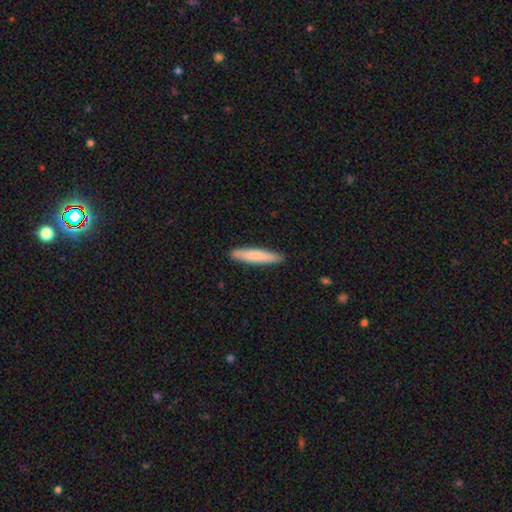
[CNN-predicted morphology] Q: Smooth or featured?
A: smooth (80%); runner-up: featured or disk (15%)
Q: How rounded?
A: cigar-shaped (90%); runner-up: in between (8%)
Q: Merging?
A: none (89%); runner-up: minor disturbance (8%)